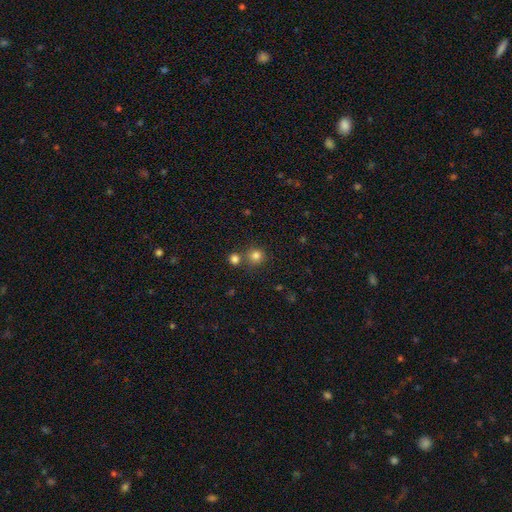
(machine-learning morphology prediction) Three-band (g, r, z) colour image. It shows a smooth galaxy with no disk features (81%) that is round (91%). Merging: none (71%).